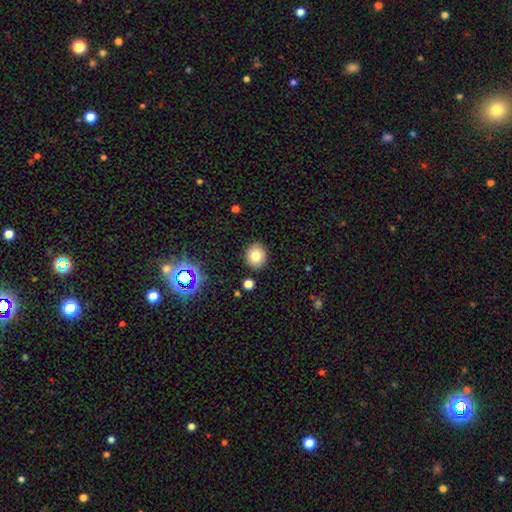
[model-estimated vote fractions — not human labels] Smooth or featured: smooth — 77% (star or artifact — 13%)
How rounded: round — 75% (in between — 24%)
Merging: none — 88% (minor disturbance — 8%)